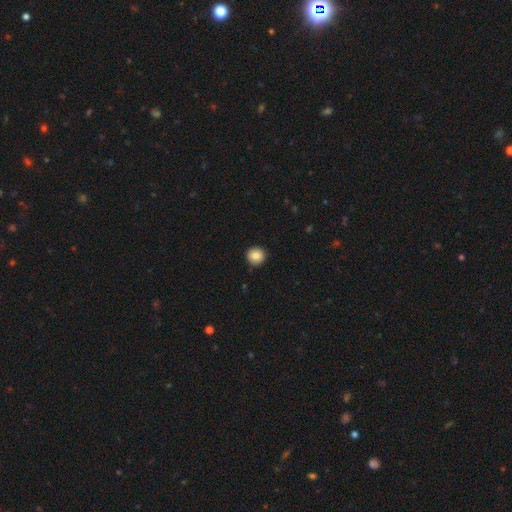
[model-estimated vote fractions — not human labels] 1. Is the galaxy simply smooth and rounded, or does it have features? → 84% smooth, 9% star or artifact, 7% featured or disk.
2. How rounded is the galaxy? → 94% round, 5% in between, 1% cigar-shaped.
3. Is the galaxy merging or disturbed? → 90% none, 7% minor disturbance, 2% major disturbance, 1% merger.